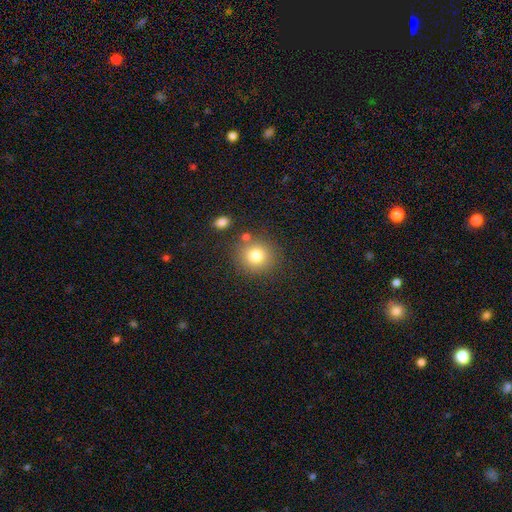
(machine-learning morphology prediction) A smooth galaxy with no disk features (79%) that is round (87%).

Vote fractions:
- Smooth or featured? smooth: 79% / star or artifact: 12% / featured or disk: 9%
- How rounded? round: 87% / in between: 12% / cigar-shaped: 1%
- Merging? none: 79% / minor disturbance: 9% / merger: 8% / major disturbance: 3%